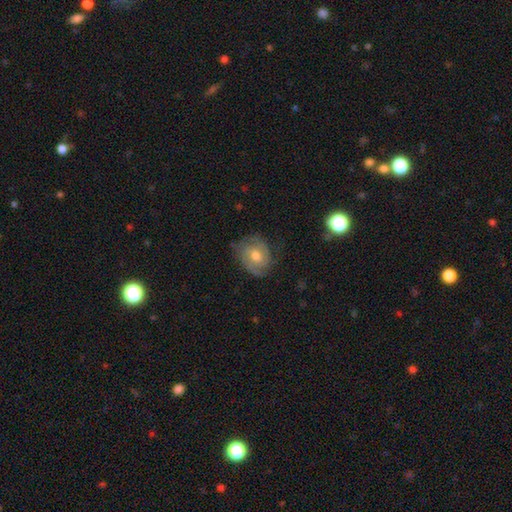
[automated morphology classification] smooth_or_featured: featured or disk (p=0.71) [alt: smooth p=0.22]
disk_edge_on: no (p=0.97) [alt: yes p=0.03]
bar: no (p=0.63) [alt: weak p=0.32]
has_spiral_arms: yes (p=0.90) [alt: no p=0.10]
spiral_winding: tight (p=0.54) [alt: medium p=0.36]
spiral_arm_count: 2 (p=0.54) [alt: can't tell p=0.23]
bulge_size: moderate (p=0.72) [alt: small p=0.15]
merging: none (p=0.72) [alt: minor disturbance p=0.19]